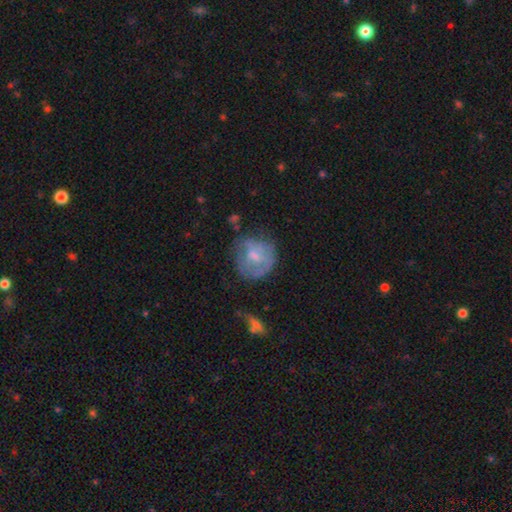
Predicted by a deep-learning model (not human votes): This is possibly a smooth galaxy (46%). Merging: possibly none (53%).